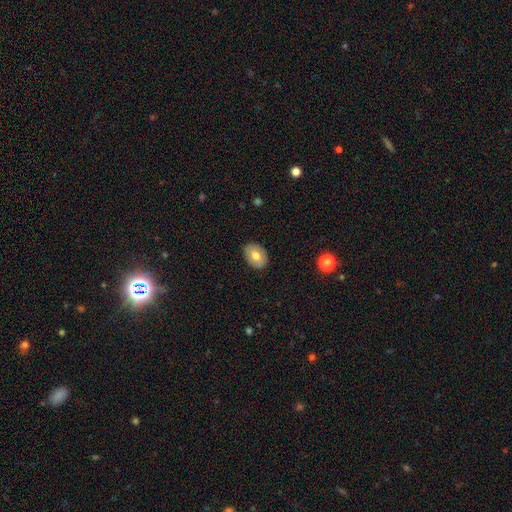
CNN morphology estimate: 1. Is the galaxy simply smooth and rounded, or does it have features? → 70% smooth, 23% featured or disk, 7% star or artifact.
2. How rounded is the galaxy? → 74% in between, 25% round, 1% cigar-shaped.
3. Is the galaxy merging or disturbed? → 86% none, 10% minor disturbance, 2% major disturbance, 1% merger.